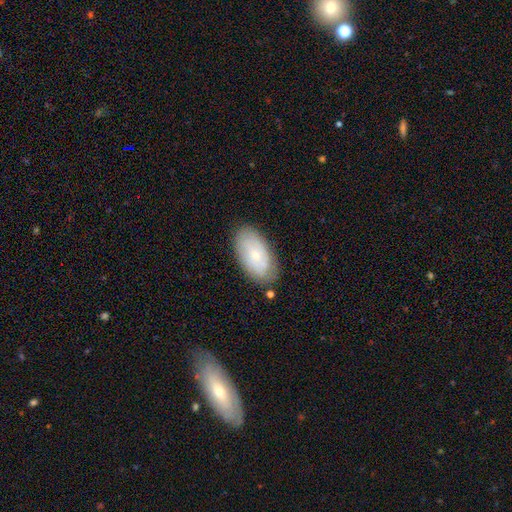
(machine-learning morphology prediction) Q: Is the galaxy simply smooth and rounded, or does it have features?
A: smooth — 52%.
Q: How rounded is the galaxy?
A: in between — 94%.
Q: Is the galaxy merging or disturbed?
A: none — 78%.